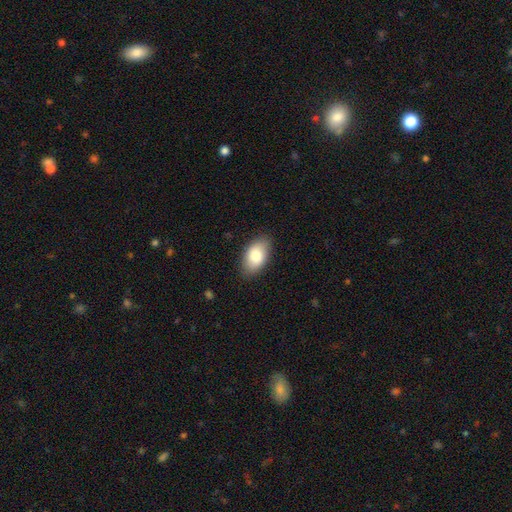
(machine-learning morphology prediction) smooth 82%, featured or disk 11%, star or artifact 6%. Down the decision tree: how rounded — in between (94%); merging — none (85%).